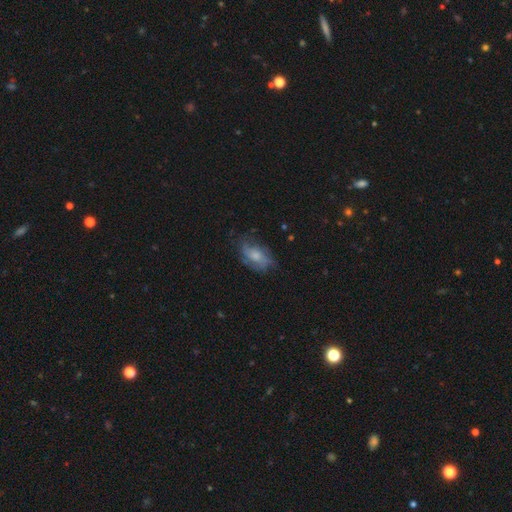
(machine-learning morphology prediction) Smooth or featured: featured or disk — 51% (smooth — 41%)
Edge-on disk: no — 94% (yes — 6%)
Merging: none — 56% (minor disturbance — 27%)